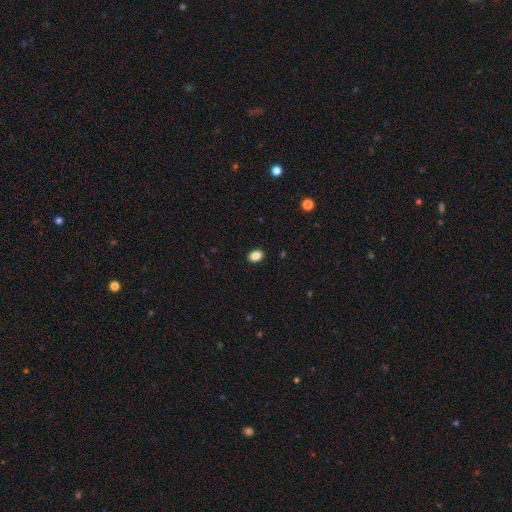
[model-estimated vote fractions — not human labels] The model was most divided on "how rounded": in between: 81%, round: 18%, cigar-shaped: 1%. More confident: merging — none (90%); smooth or featured — smooth (87%).